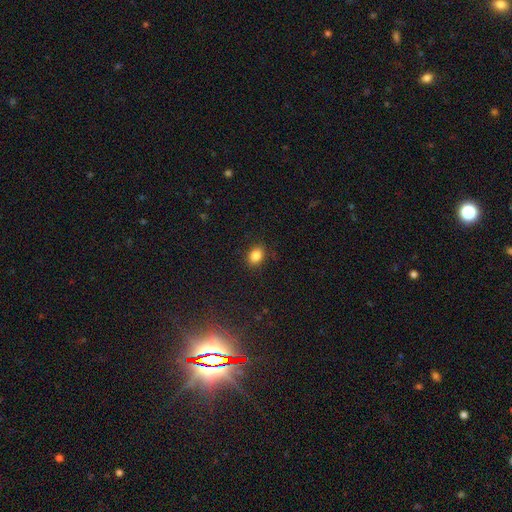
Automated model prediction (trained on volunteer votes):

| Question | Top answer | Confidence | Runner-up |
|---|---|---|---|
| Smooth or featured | smooth | 85% | star or artifact (10%) |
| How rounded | in between | 63% | round (36%) |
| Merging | none | 87% | minor disturbance (10%) |